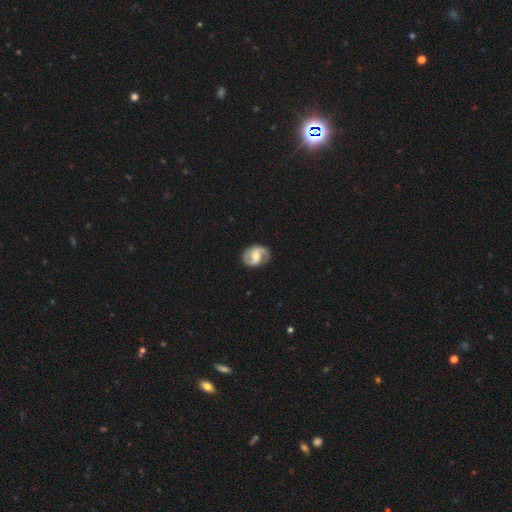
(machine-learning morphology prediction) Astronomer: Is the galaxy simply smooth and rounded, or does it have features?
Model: featured or disk — 80%.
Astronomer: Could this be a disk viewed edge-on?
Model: no — 98%.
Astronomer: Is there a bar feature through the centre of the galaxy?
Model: weak — 49% (runner-up: no, 27%).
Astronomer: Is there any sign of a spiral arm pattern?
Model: yes — 94%.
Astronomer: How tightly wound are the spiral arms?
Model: medium — 48% (runner-up: loose, 27%).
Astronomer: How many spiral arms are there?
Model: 2 — 88%.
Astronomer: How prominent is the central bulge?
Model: moderate — 59%.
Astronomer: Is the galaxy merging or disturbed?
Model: none — 79%.